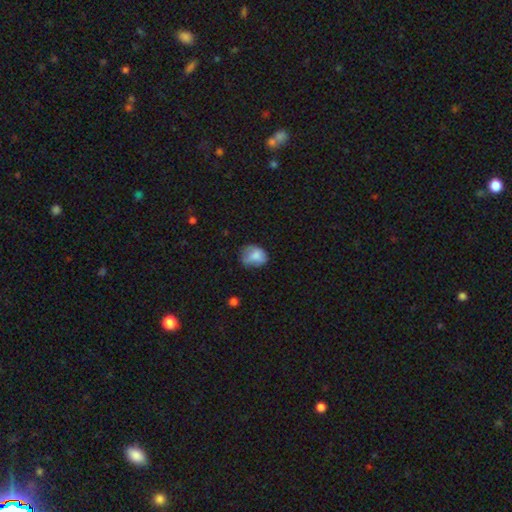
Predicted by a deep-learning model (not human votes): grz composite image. It shows a smooth galaxy with no disk features (77%) that is round (50%). Merging: none (51%).